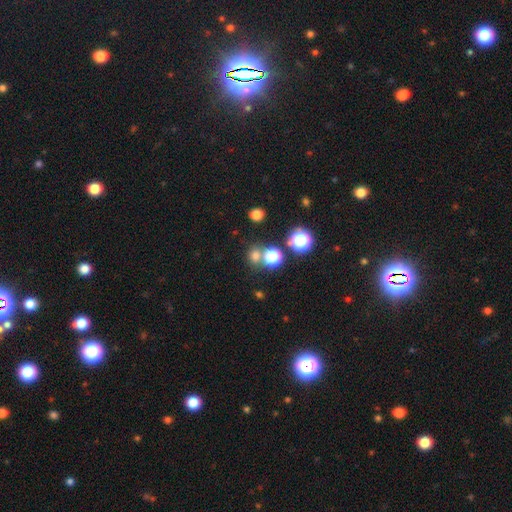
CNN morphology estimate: A smooth galaxy with no disk features (64%) that is round (83%). Merging: none (68%).